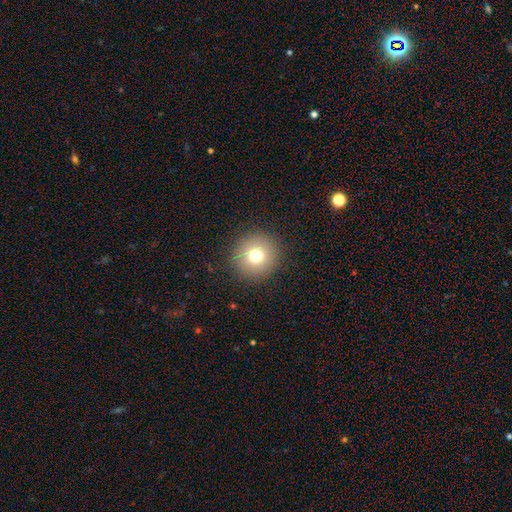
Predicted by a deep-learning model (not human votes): smooth_or_featured: smooth (p=0.76) [alt: star or artifact p=0.13]
how_rounded: round (p=0.95) [alt: in between p=0.04]
merging: none (p=0.91) [alt: minor disturbance p=0.06]